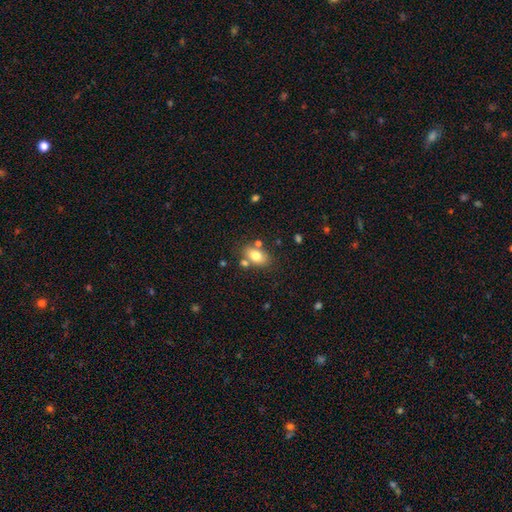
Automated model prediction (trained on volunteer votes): A smooth galaxy with no disk features (77%) that is in between round and cigar-shaped (86%). Merging: none (69%).